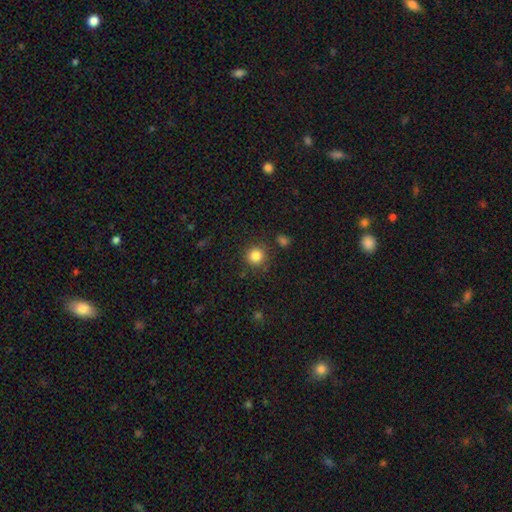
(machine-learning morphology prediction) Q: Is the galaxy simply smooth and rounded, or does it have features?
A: smooth — 84%.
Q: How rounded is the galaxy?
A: round — 93%.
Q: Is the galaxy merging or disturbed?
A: none — 86%.